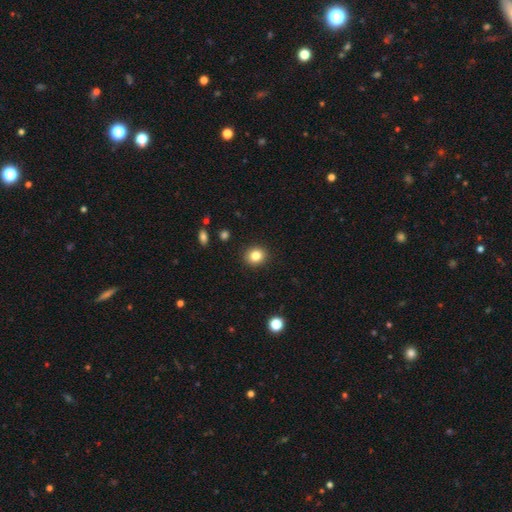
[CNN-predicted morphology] Smooth or featured? Predicted: smooth (p=0.83). How rounded? Predicted: round (p=0.81). Merging? Predicted: none (p=0.91).